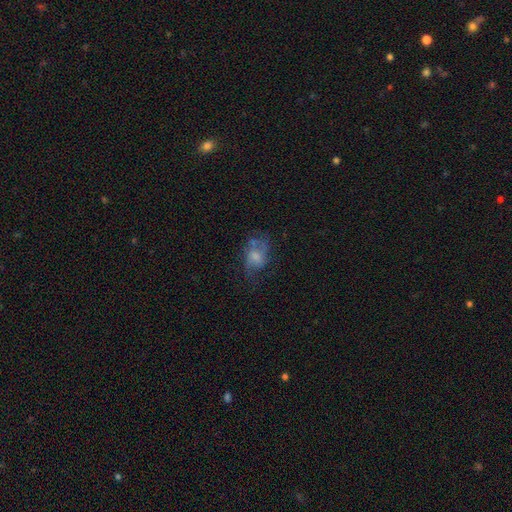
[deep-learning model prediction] smooth-or-featured: featured or disk: 47% | smooth: 42% | star or artifact: 11%
  merging: none: 43% | major disturbance: 27% | minor disturbance: 26% | merger: 4%